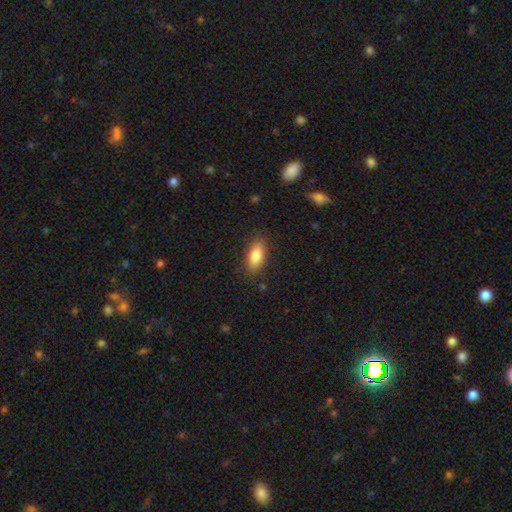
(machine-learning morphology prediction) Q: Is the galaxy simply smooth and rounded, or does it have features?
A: smooth — 83%.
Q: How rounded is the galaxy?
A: in between — 86%.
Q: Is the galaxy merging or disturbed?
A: none — 85%.